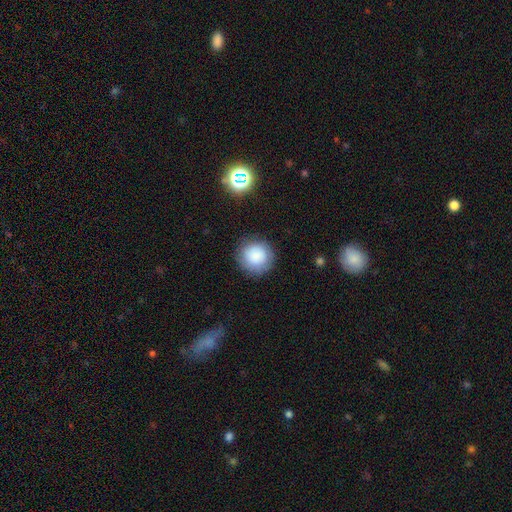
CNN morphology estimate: Smooth or featured: smooth — 85% (star or artifact — 9%)
How rounded: round — 93% (in between — 6%)
Merging: none — 85% (minor disturbance — 10%)